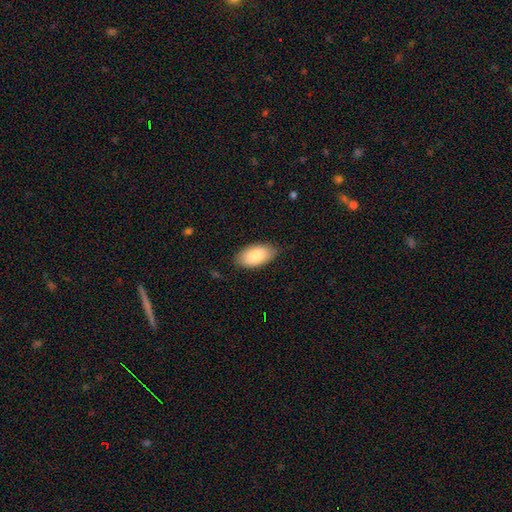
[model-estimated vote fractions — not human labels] A smooth galaxy with no disk features (82%) that is in between round and cigar-shaped (95%).

Vote fractions:
- Smooth or featured? smooth: 82% / featured or disk: 12% / star or artifact: 6%
- How rounded? in between: 95% / round: 3% / cigar-shaped: 2%
- Merging? none: 82% / minor disturbance: 15% / major disturbance: 3% / merger: 1%